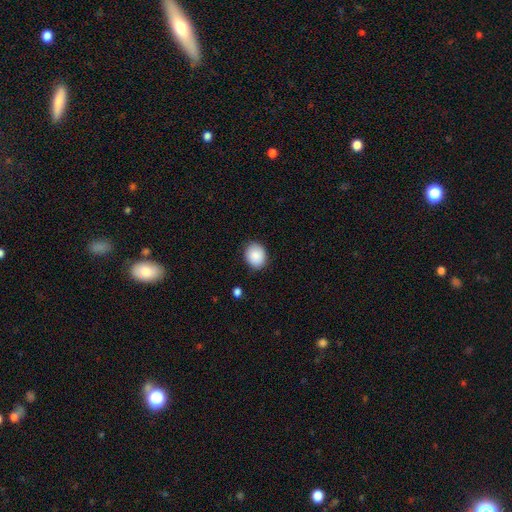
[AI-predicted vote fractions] A smooth galaxy with no disk features (89%) that is round (57%). Merging: none (86%).